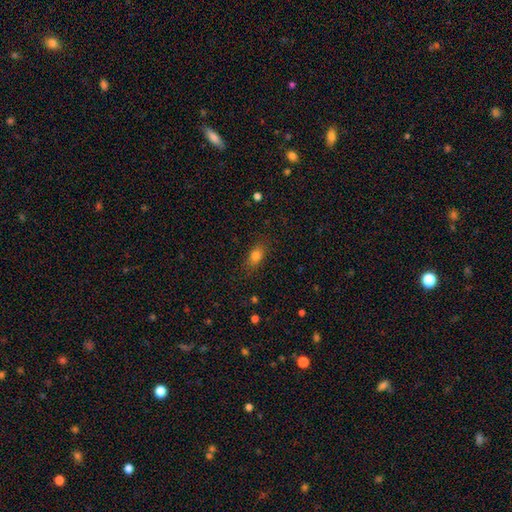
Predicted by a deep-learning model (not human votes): This appears to be a smooth galaxy with no disk features (79%) that is in between round and cigar-shaped (76%). Merging: none (81%).